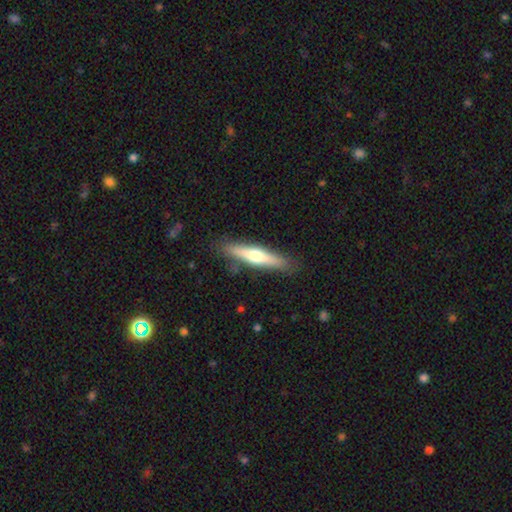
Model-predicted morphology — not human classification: Smooth or featured: featured or disk — 49% (smooth — 46%)
Merging: none — 87% (minor disturbance — 10%)